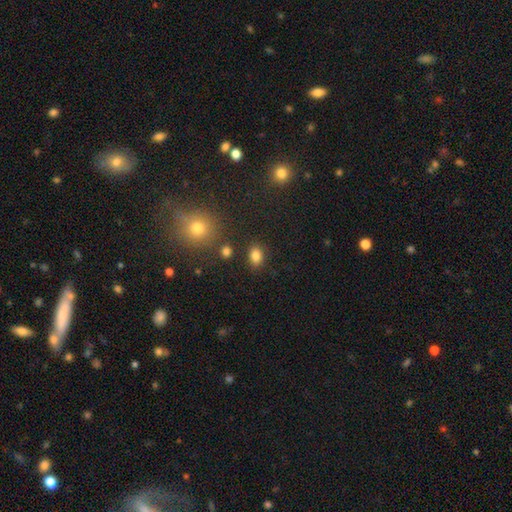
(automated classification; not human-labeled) smooth-or-featured: smooth: 83% | star or artifact: 12% | featured or disk: 5%
  how-rounded: in between: 72% | round: 26% | cigar-shaped: 1%
  merging: none: 82% | minor disturbance: 10% | merger: 4% | major disturbance: 3%